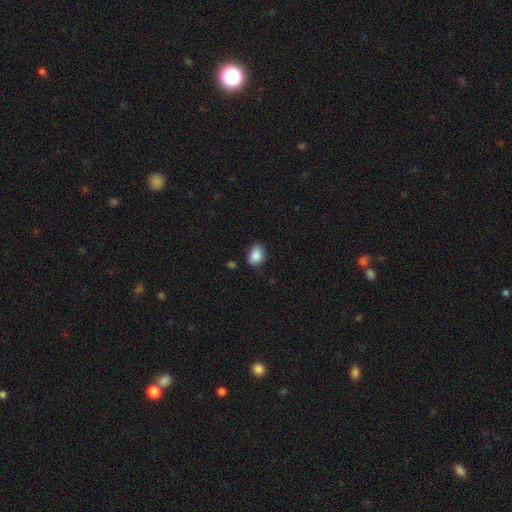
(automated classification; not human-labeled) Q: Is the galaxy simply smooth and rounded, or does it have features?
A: smooth — 86%.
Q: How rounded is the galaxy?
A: in between — 73%.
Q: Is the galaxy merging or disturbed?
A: none — 76%.